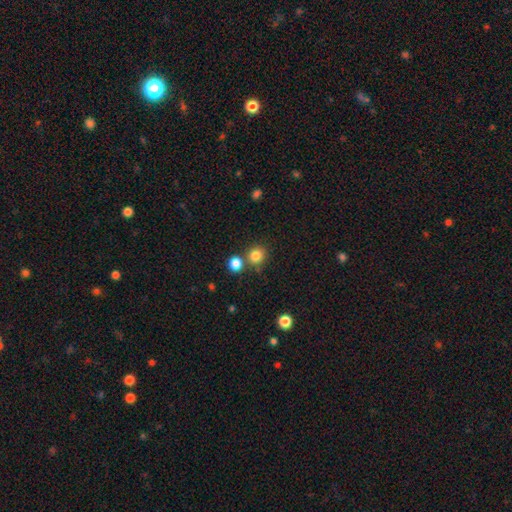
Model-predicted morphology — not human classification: smooth-or-featured: smooth: 82% | star or artifact: 13% | featured or disk: 5%
  how-rounded: round: 89% | in between: 10% | cigar-shaped: 1%
  merging: none: 71% | merger: 17% | minor disturbance: 8% | major disturbance: 3%